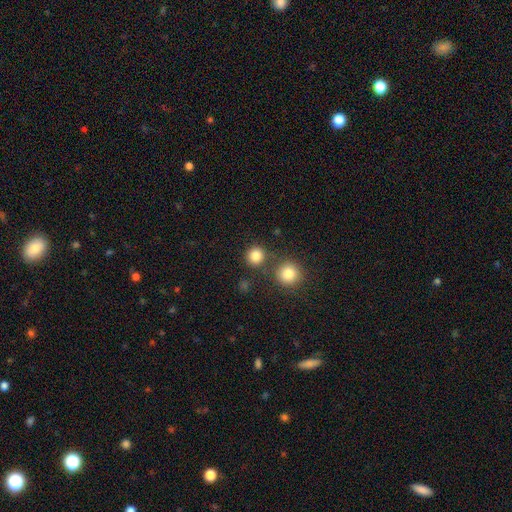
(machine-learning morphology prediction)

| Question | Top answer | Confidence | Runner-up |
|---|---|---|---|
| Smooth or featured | smooth | 84% | star or artifact (12%) |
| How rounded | round | 91% | in between (8%) |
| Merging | none | 76% | merger (13%) |